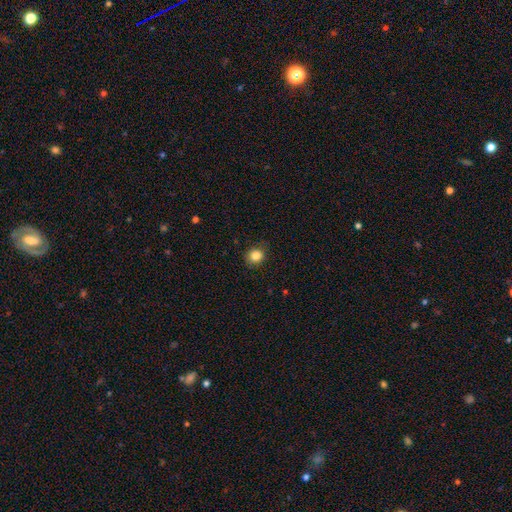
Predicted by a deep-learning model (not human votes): Smooth or featured?
  - smooth: 84% *
  - star or artifact: 11%
  - featured or disk: 5%
How rounded?
  - round: 77% *
  - in between: 23%
  - cigar-shaped: 1%
Merging?
  - none: 84% *
  - minor disturbance: 12%
  - major disturbance: 3%
  - merger: 1%